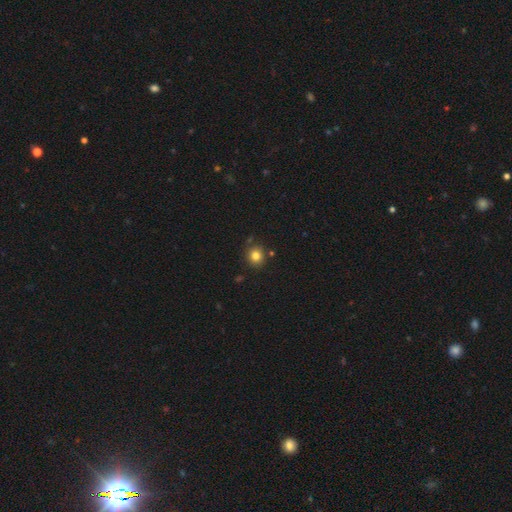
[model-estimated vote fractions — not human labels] A smooth galaxy with no disk features (80%) that is round (86%). Merging: none (84%).